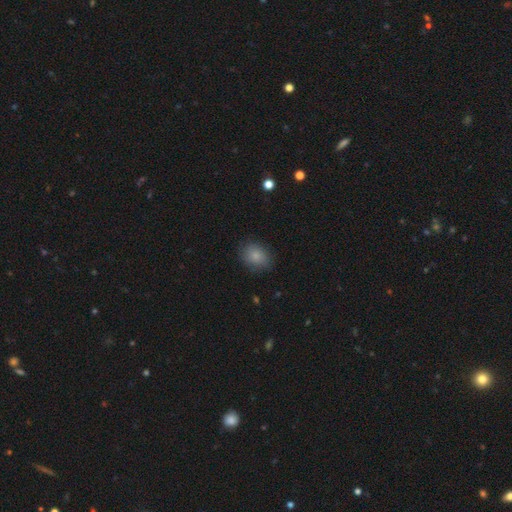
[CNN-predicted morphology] Q: Smooth or featured?
A: smooth (85%); runner-up: star or artifact (9%)
Q: How rounded?
A: in between (60%); runner-up: round (39%)
Q: Merging?
A: none (79%); runner-up: minor disturbance (16%)